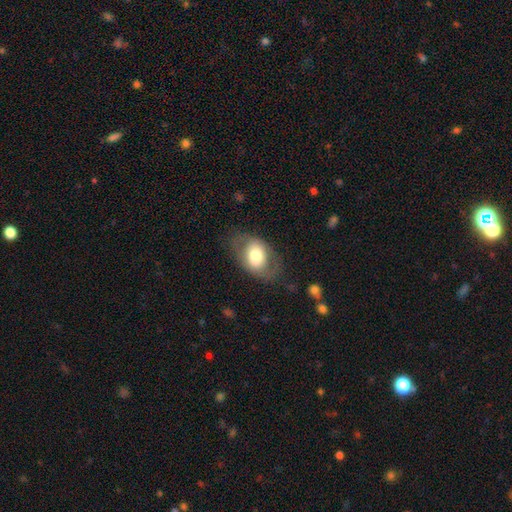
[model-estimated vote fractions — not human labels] A smooth galaxy with no disk features (61%) that is in between round and cigar-shaped (81%).

Vote fractions:
- Smooth or featured? smooth: 61% / featured or disk: 33% / star or artifact: 7%
- How rounded? in between: 81% / round: 17% / cigar-shaped: 1%
- Merging? none: 67% / minor disturbance: 19% / major disturbance: 12% / merger: 1%